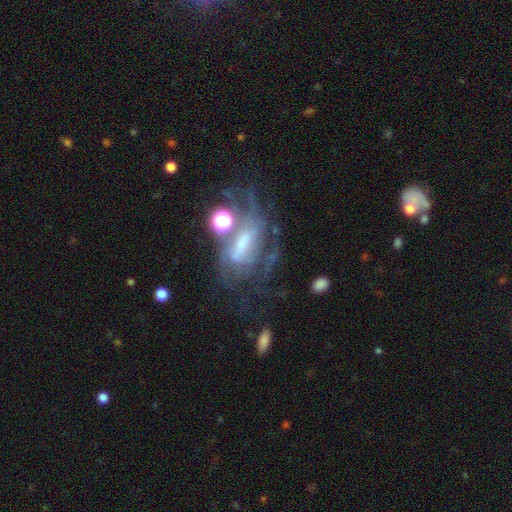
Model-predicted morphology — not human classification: Overall: featured or disk (64%). Edge-on disk: no (88%). Bar: weak (35%; strong 33%). Spiral arms: yes (65%; no 35%). Bulge size: moderate (33%; small 32%). Merging: none (42%; major disturbance 24%).